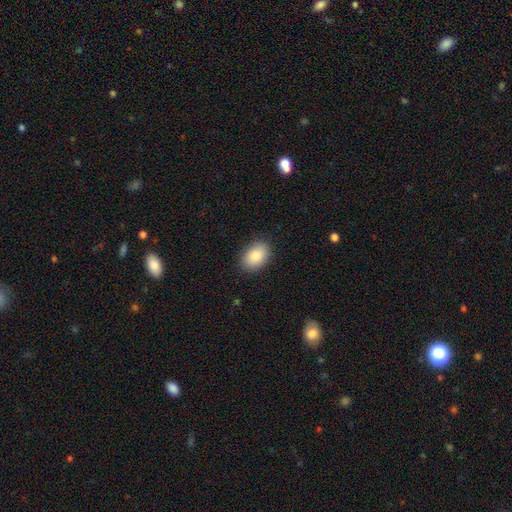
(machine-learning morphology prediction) The model was most divided on "how rounded": in between: 83%, round: 16%, cigar-shaped: 1%. More confident: merging — none (87%); smooth or featured — smooth (87%).